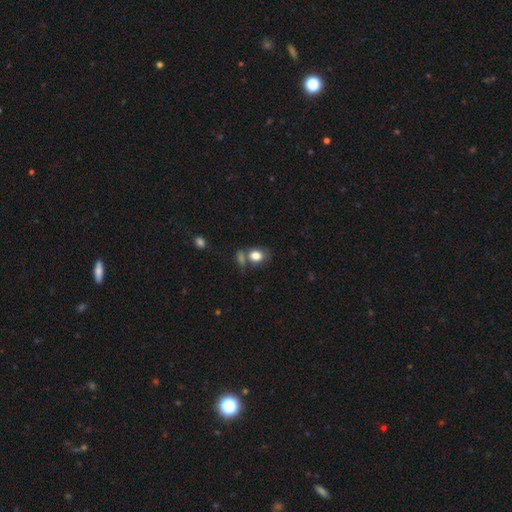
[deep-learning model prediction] Smooth or featured?
  - smooth: 81% *
  - star or artifact: 10%
  - featured or disk: 9%
How rounded?
  - in between: 50% *
  - round: 48%
  - cigar-shaped: 2%
Merging?
  - none: 53% *
  - merger: 25%
  - minor disturbance: 15%
  - major disturbance: 7%